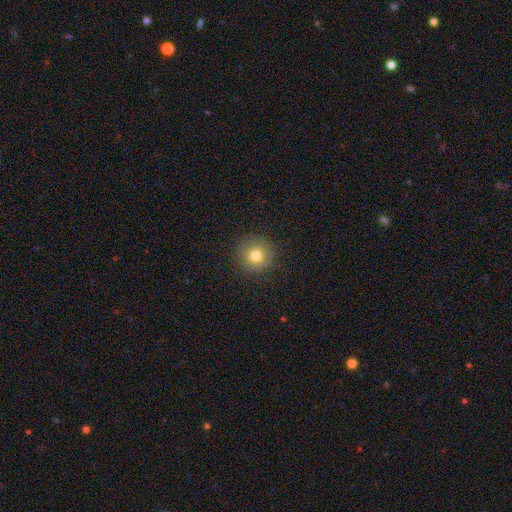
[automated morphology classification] smooth 77%, star or artifact 12%, featured or disk 11%. Down the decision tree: how rounded — round (95%); merging — none (89%).